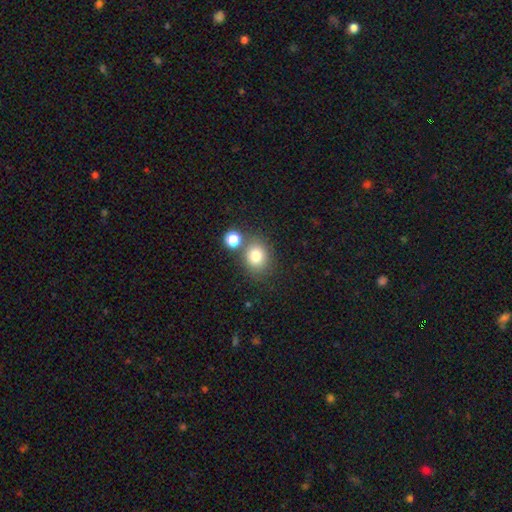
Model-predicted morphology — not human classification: smooth_or_featured: smooth (p=0.79) [alt: star or artifact p=0.12]
how_rounded: round (p=0.71) [alt: in between p=0.28]
merging: none (p=0.68) [alt: merger p=0.18]